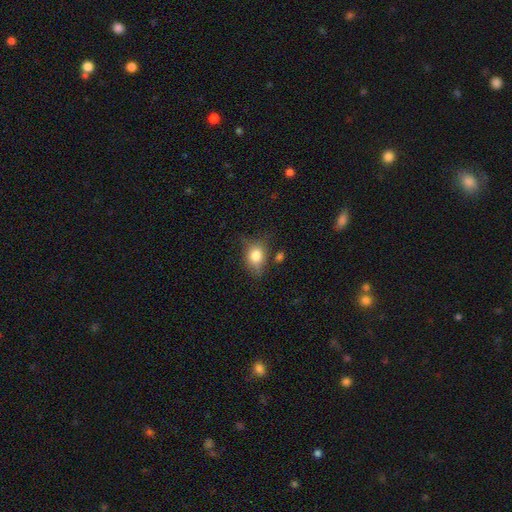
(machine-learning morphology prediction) Q: Smooth or featured?
A: smooth (78%); runner-up: featured or disk (12%)
Q: How rounded?
A: in between (63%); runner-up: round (36%)
Q: Merging?
A: none (57%); runner-up: minor disturbance (28%)